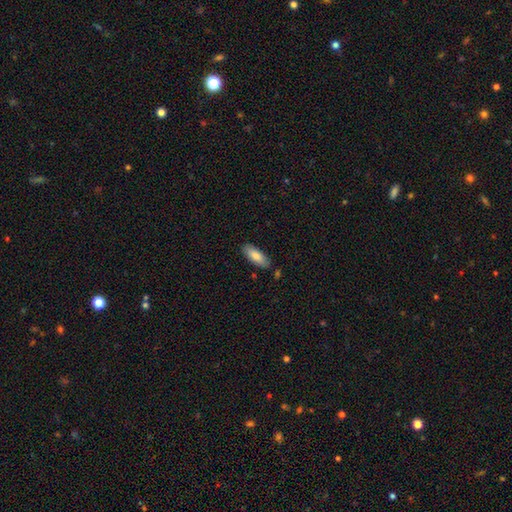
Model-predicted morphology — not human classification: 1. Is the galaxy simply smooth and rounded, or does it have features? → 82% smooth, 12% featured or disk, 6% star or artifact.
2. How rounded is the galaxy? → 75% in between, 23% cigar-shaped, 2% round.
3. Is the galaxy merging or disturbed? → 84% none, 11% minor disturbance, 3% merger, 2% major disturbance.